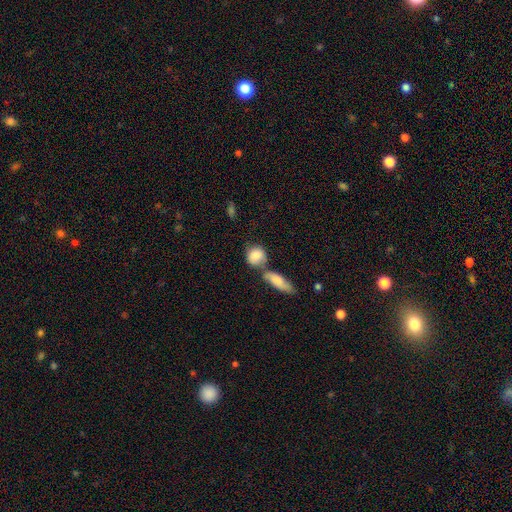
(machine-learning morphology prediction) type=smooth (84%); roundness=round (67%); merging=none (46%).